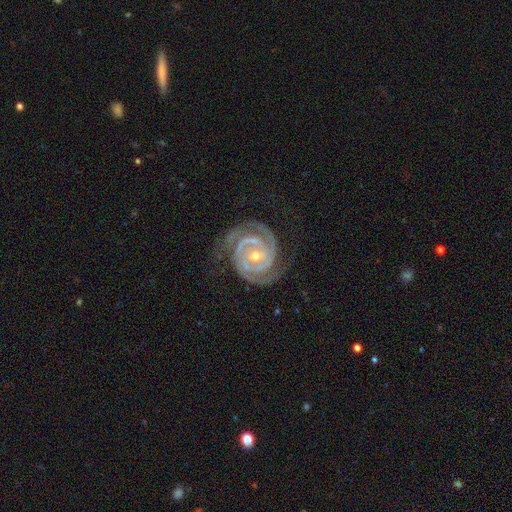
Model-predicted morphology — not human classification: Smooth or featured: featured or disk — 94% (star or artifact — 4%)
Edge-on disk: no — 98% (yes — 2%)
Bar: no — 55% (weak — 26%)
Spiral arms: yes — 99% (no — 1%)
Spiral winding: tight — 79% (medium — 19%)
Spiral arm count: 2 — 67% (3 — 18%)
Bulge size: small — 62% (moderate — 36%)
Merging: none — 75% (minor disturbance — 17%)